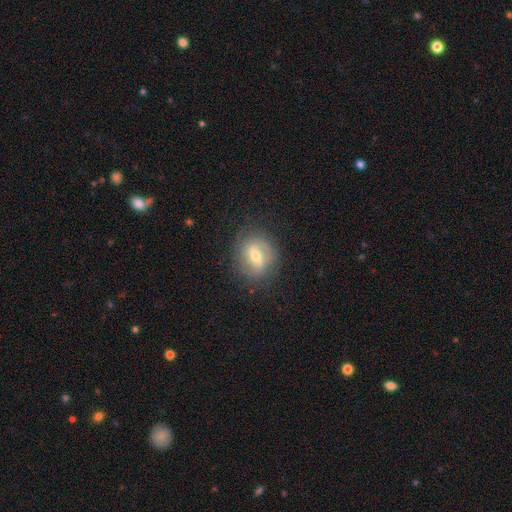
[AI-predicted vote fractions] smooth-or-featured: featured or disk: 59% | smooth: 32% | star or artifact: 8%
  disk-edge-on: no: 93% | yes: 7%
    bar: weak: 48% | strong: 36% | no: 17%
    has-spiral-arms: yes: 70% | no: 30%
    bulge-size: moderate: 61% | small: 32% | large: 5% | none: 1% | dominant: 1%
  merging: none: 78% | minor disturbance: 15% | major disturbance: 6% | merger: 1%